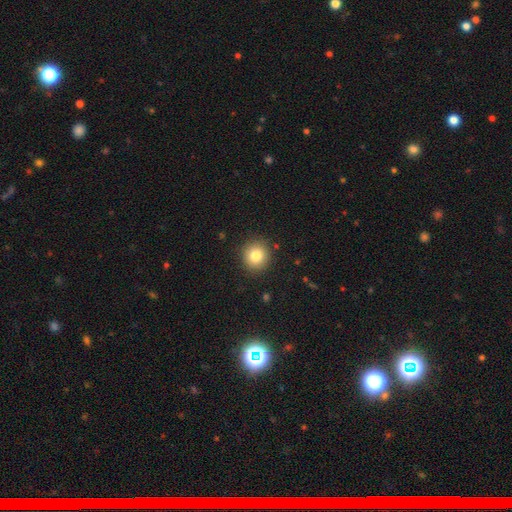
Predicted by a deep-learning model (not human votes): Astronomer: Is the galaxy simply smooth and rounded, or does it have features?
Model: smooth — 81%.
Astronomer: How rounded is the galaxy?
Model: round — 87%.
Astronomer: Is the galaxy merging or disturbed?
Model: none — 89%.